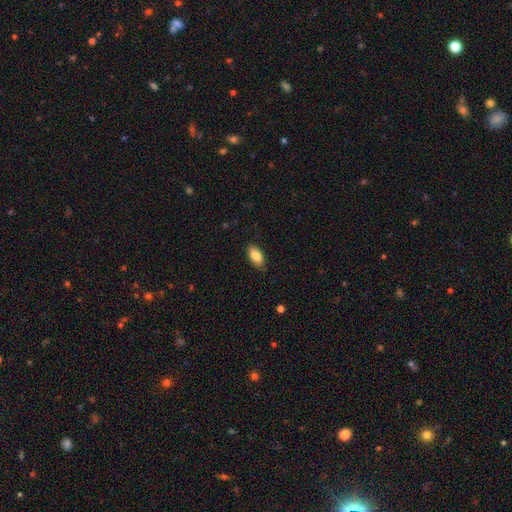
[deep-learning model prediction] A smooth galaxy with no disk features (86%) that is in between round and cigar-shaped (91%). Merging: none (84%).